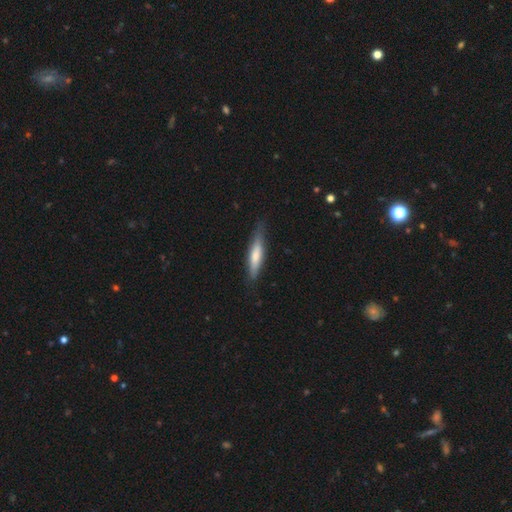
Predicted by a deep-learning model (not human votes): The model was most divided on "smooth or featured": smooth: 66%, featured or disk: 28%, star or artifact: 5%. More confident: how rounded — cigar-shaped (80%); merging — none (78%).